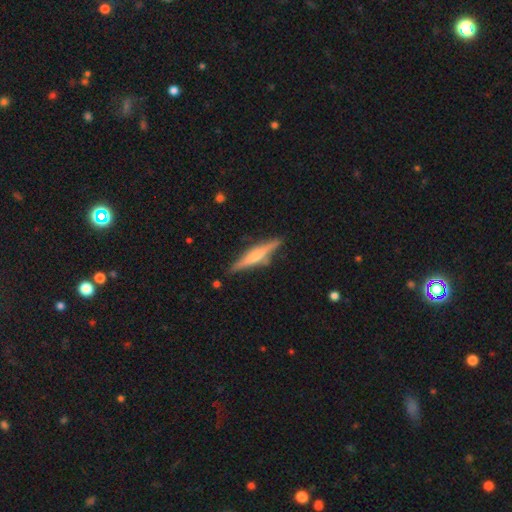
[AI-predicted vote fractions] This appears to be a featured or disk galaxy (56%) viewed edge-on (96%) with a rounded central bulge (48%). Merging: none (81%).